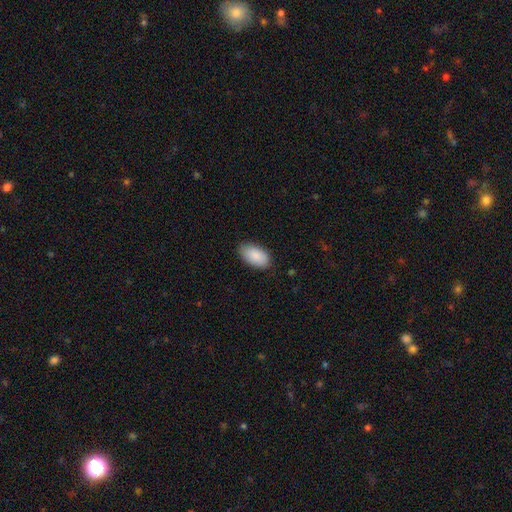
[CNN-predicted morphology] This is clearly a smooth galaxy (89%). How rounded: clearly in between (96%). Merging: clearly none (83%).